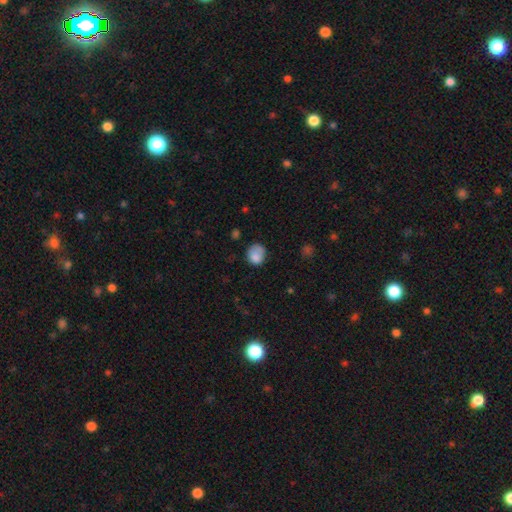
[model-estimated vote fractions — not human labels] smooth 81%, star or artifact 10%, featured or disk 10%. Down the decision tree: how rounded — round (59%); merging — none (54%).